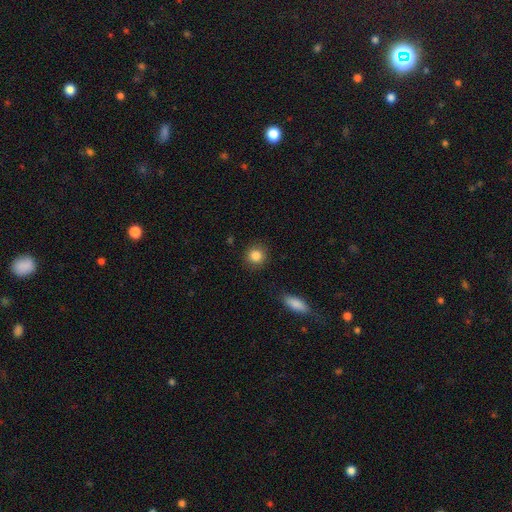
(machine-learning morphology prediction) smooth-or-featured: smooth: 86% | star or artifact: 9% | featured or disk: 5%
  how-rounded: round: 89% | in between: 10% | cigar-shaped: 1%
  merging: none: 89% | minor disturbance: 7% | major disturbance: 2% | merger: 2%